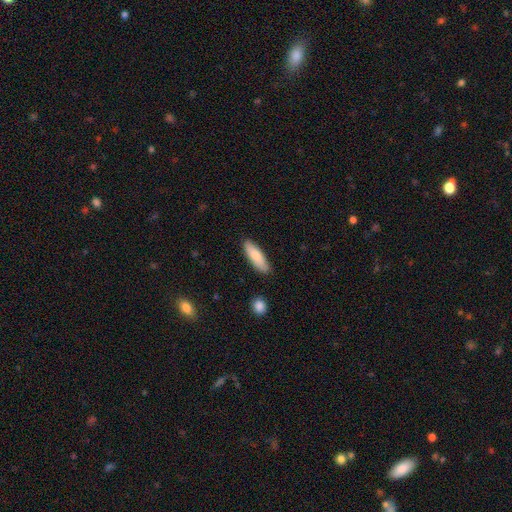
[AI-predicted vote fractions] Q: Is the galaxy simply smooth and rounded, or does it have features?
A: smooth — 81%.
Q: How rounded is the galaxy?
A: in between — 49%, tied with cigar-shaped.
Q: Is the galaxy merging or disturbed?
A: none — 86%.